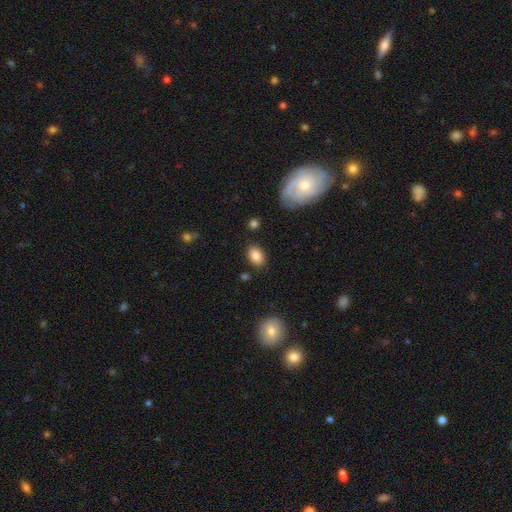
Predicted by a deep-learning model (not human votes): Smooth or featured? Predicted: smooth (p=0.85). How rounded? Predicted: in between (p=0.84). Merging? Predicted: none (p=0.83).